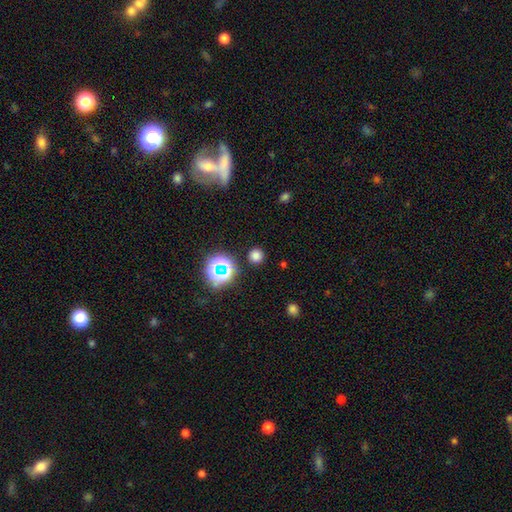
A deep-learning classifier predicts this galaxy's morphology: smooth 72%, star or artifact 22%, featured or disk 5%. Down the decision tree: how rounded — round (94%); merging — none (89%).